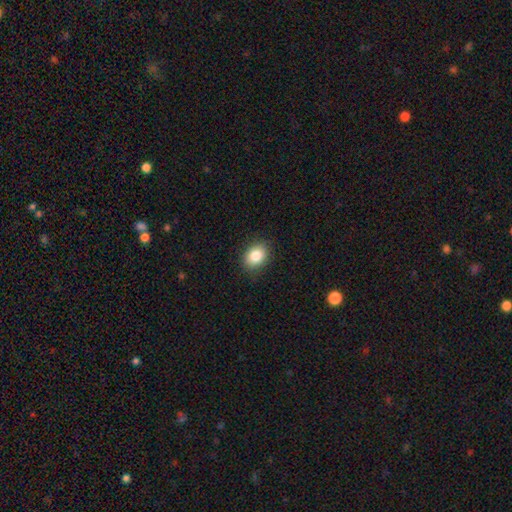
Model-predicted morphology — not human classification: type=smooth (84%); roundness=in between (66%); merging=none (88%).